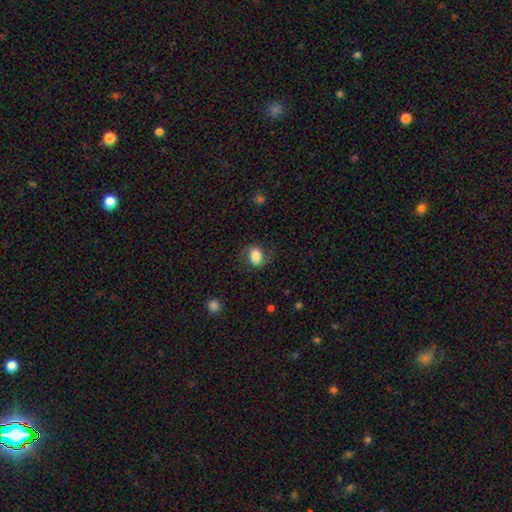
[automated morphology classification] This is likely a smooth galaxy (72%). How rounded: possibly in between (56%). Merging: likely none (70%).